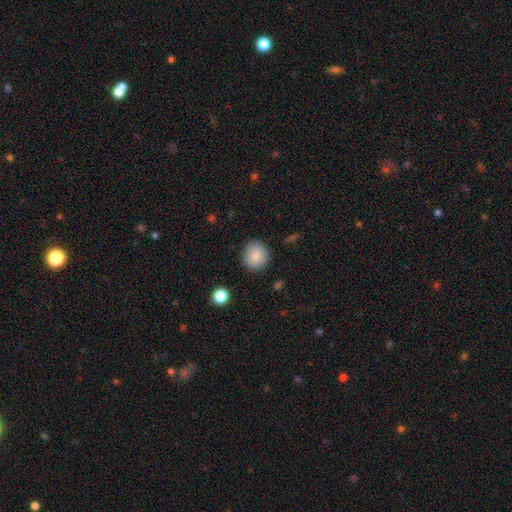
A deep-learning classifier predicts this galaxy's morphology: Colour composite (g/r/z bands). It shows a smooth galaxy with no disk features (85%) that is round (84%). Merging: none (89%).